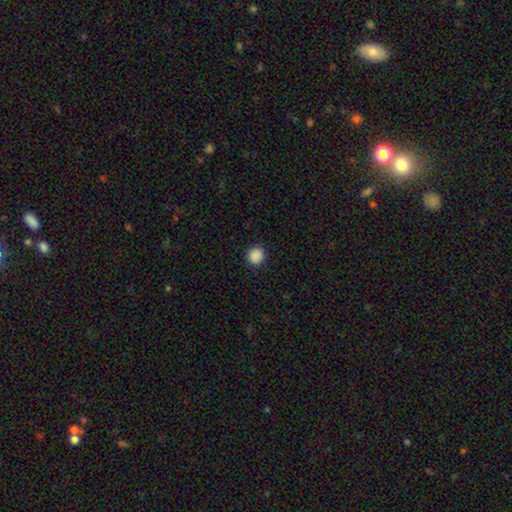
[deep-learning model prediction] Smooth or featured?
  - smooth: 89% *
  - star or artifact: 9%
  - featured or disk: 2%
How rounded?
  - round: 88% *
  - in between: 12%
  - cigar-shaped: 1%
Merging?
  - none: 91% *
  - minor disturbance: 6%
  - major disturbance: 2%
  - merger: 1%